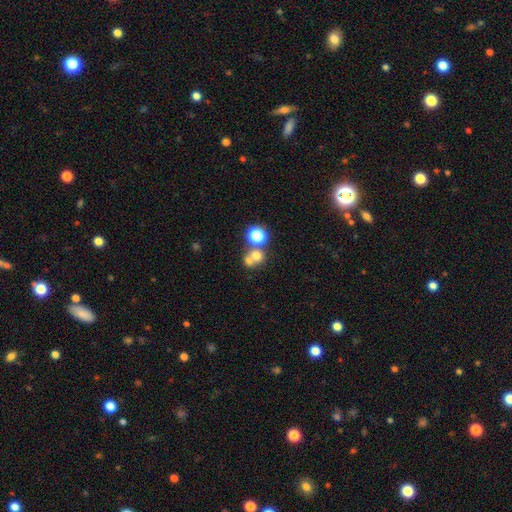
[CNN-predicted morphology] Smooth or featured?
  - smooth: 64% *
  - star or artifact: 20%
  - featured or disk: 16%
How rounded?
  - round: 81% *
  - in between: 18%
  - cigar-shaped: 1%
Merging?
  - merger: 48% *
  - none: 41%
  - minor disturbance: 6%
  - major disturbance: 4%